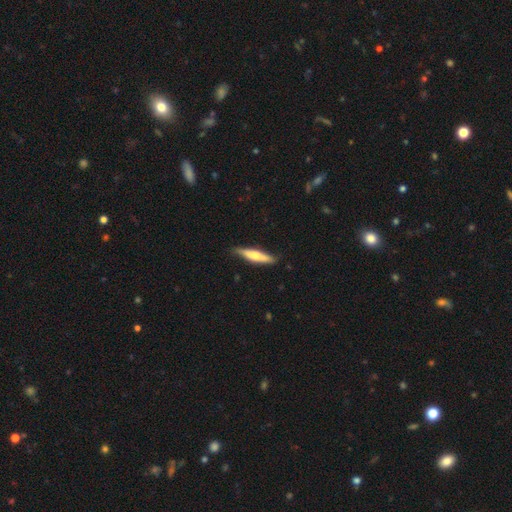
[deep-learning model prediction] The model was most divided on "smooth or featured": smooth: 54%, featured or disk: 41%, star or artifact: 5%. More confident: merging — none (84%); how rounded — cigar-shaped (83%).